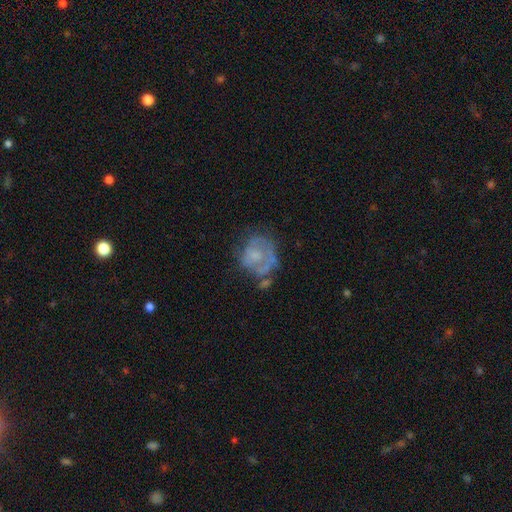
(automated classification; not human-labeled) Overall: featured or disk (57%; smooth 34%). Edge-on disk: no (98%). Bar: no (83%). Spiral arms: no (64%; yes 36%). Bulge size: small (33%; none 31%). Merging: none (41%; major disturbance 25%).